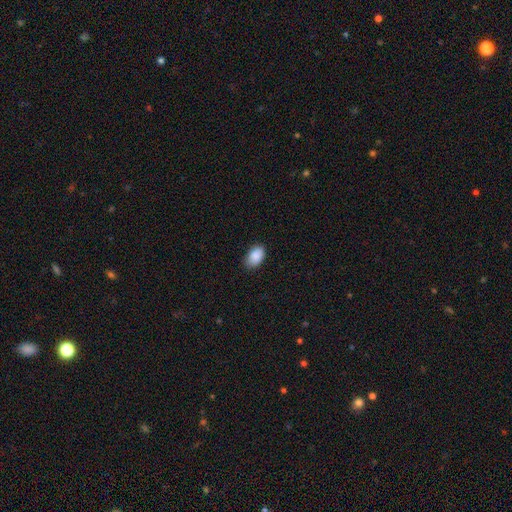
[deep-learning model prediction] Smooth or featured? Predicted: smooth (p=0.89). How rounded? Predicted: in between (p=0.91). Merging? Predicted: none (p=0.81).